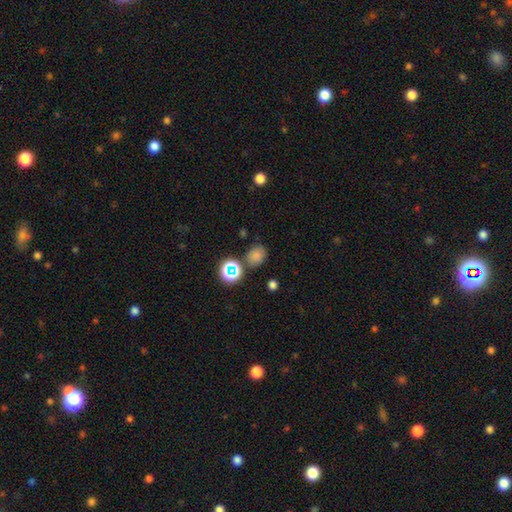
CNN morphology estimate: Q: Smooth or featured?
A: smooth (73%); runner-up: star or artifact (21%)
Q: How rounded?
A: round (64%); runner-up: in between (35%)
Q: Merging?
A: none (75%); runner-up: minor disturbance (13%)